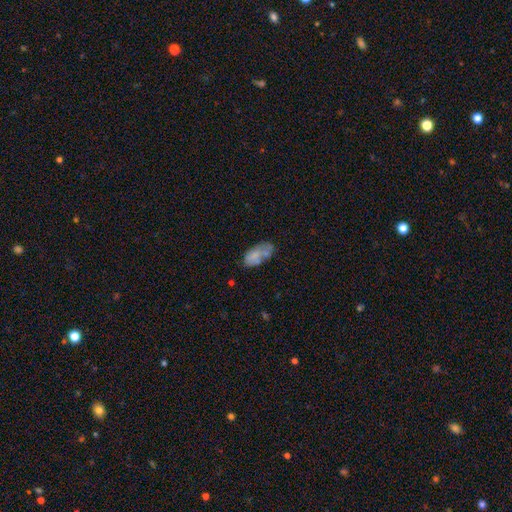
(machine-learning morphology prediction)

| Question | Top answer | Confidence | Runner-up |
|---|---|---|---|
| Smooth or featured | smooth | 63% | featured or disk (29%) |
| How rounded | in between | 92% | cigar-shaped (5%) |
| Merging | none | 48% | minor disturbance (26%) |